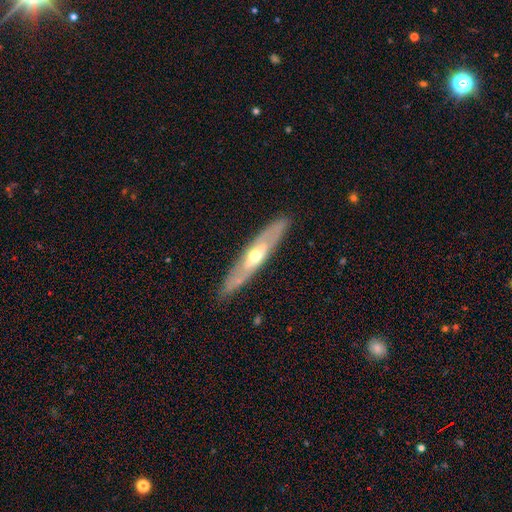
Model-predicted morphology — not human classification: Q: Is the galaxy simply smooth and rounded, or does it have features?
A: featured or disk — 67%.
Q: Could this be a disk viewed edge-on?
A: yes — 58%.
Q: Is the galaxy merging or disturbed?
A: none — 86%.